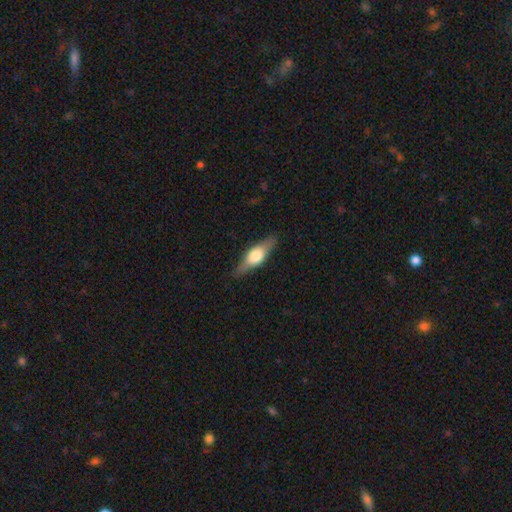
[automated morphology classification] Overall: featured or disk (50%; smooth 44%). Edge-on disk: yes (90%). Merging: none (84%).